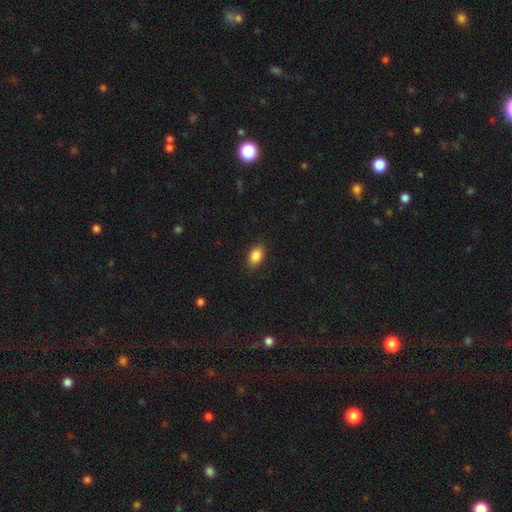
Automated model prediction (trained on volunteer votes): A smooth galaxy with no disk features (87%) that is in between round and cigar-shaped (86%). Merging: none (86%).